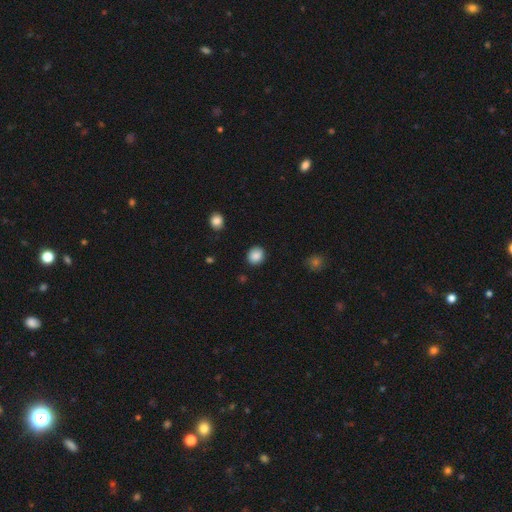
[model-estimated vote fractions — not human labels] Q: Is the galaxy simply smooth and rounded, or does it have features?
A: smooth — 88%.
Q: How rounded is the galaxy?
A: round — 77%.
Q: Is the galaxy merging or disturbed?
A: none — 89%.